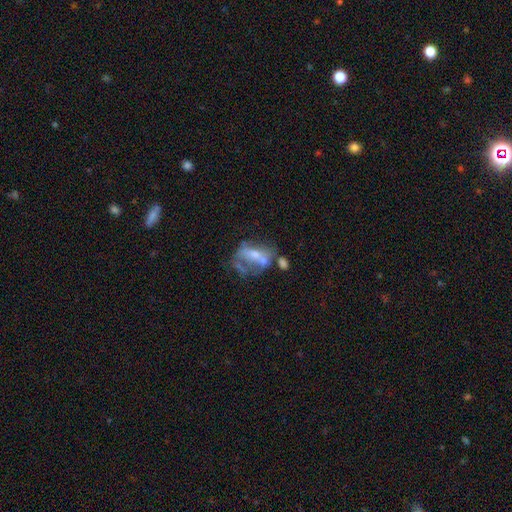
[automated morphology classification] Smooth or featured?
  - featured or disk: 55% *
  - smooth: 34%
  - star or artifact: 12%
Edge-on disk?
  - no: 94% *
  - yes: 6%
Bar?
  - no: 70% *
  - weak: 20%
  - strong: 11%
Spiral arms?
  - no: 83% *
  - yes: 17%
Bulge size?
  - moderate: 40% *
  - small: 31%
  - none: 22%
  - large: 6%
  - dominant: 2%
Merging?
  - merger: 33% *
  - major disturbance: 26%
  - none: 25%
  - minor disturbance: 15%